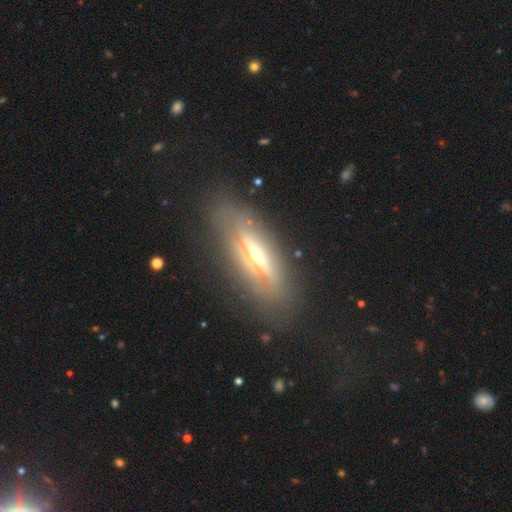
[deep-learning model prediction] A featured or disk galaxy (77%) viewed edge-on (90%) with a rounded central bulge (86%). Merging: none (80%).